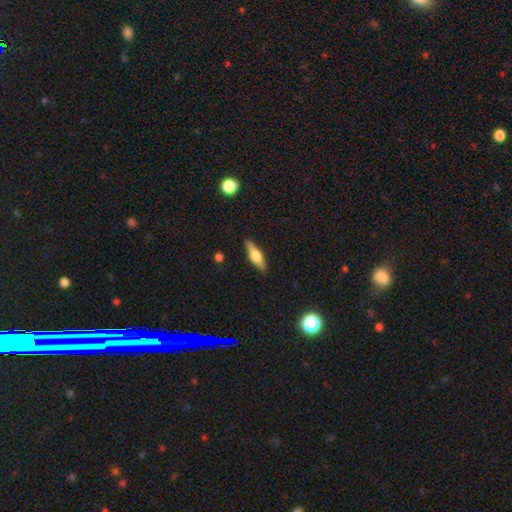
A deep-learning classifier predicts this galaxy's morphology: A featured or disk galaxy (53%) viewed edge-on (94%). Merging: none (88%).